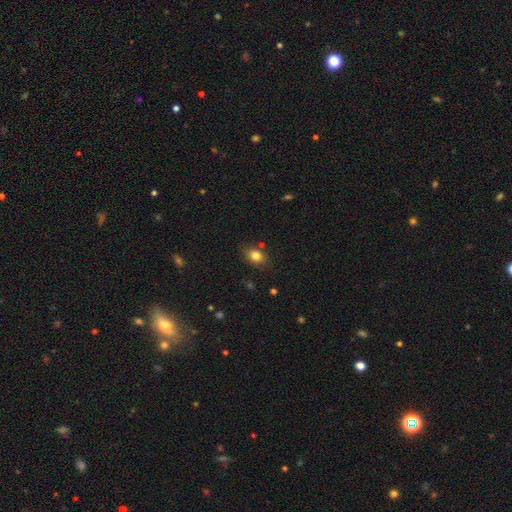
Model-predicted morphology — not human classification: This appears to be a smooth galaxy with no disk features (82%) that is in between round and cigar-shaped (61%). Merging: none (80%).